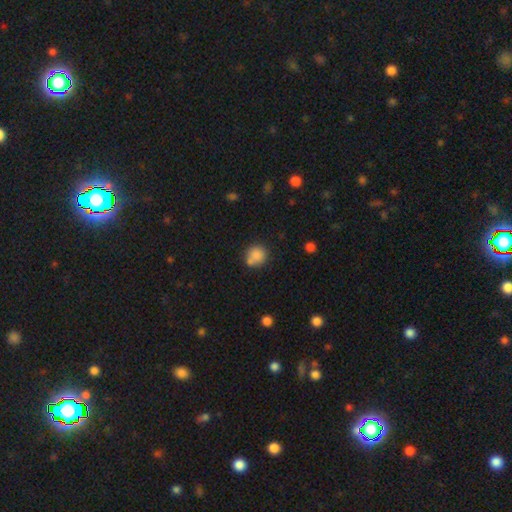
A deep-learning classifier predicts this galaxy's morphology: Smooth or featured: smooth — 83% (star or artifact — 9%)
How rounded: round — 83% (in between — 16%)
Merging: none — 58% (merger — 22%)